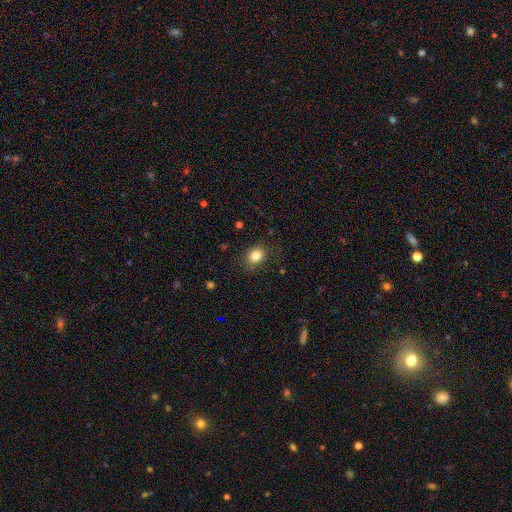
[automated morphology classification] This appears to be a smooth galaxy with no disk features (83%) that is in between round and cigar-shaped (54%). Merging: none (76%).